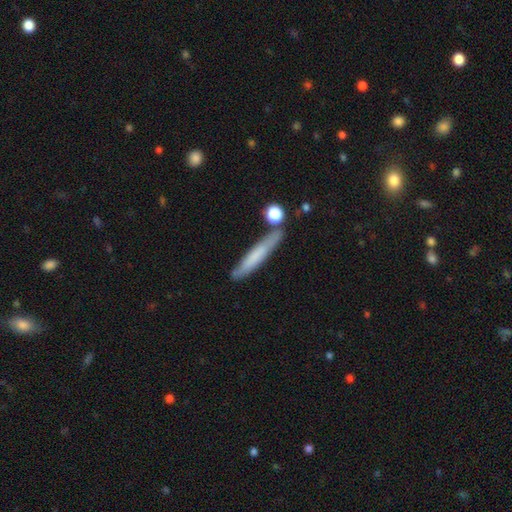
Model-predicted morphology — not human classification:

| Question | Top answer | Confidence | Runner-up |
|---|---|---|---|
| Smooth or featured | smooth | 61% | featured or disk (31%) |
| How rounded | cigar-shaped | 93% | in between (6%) |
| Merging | none | 74% | minor disturbance (15%) |